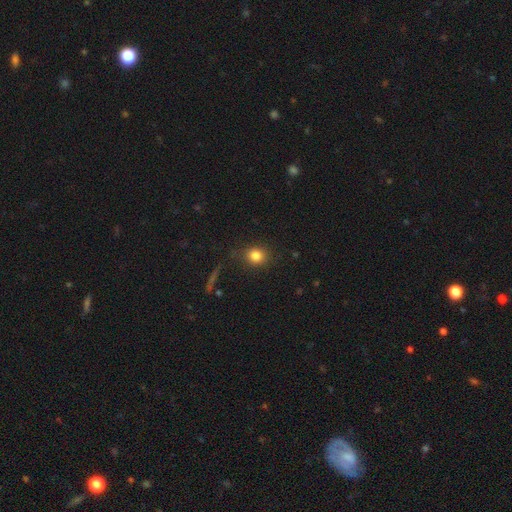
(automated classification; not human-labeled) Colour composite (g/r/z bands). It shows a smooth galaxy with no disk features (83%) that is round (74%). Merging: none (82%).